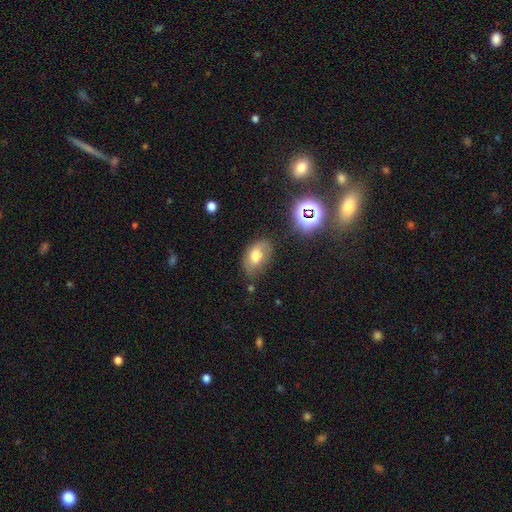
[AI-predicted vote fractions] A smooth galaxy with no disk features (65%) that is in between round and cigar-shaped (88%).

Vote fractions:
- Smooth or featured? smooth: 65% / featured or disk: 22% / star or artifact: 13%
- How rounded? in between: 88% / round: 10% / cigar-shaped: 2%
- Merging? none: 66% / minor disturbance: 23% / major disturbance: 7% / merger: 3%